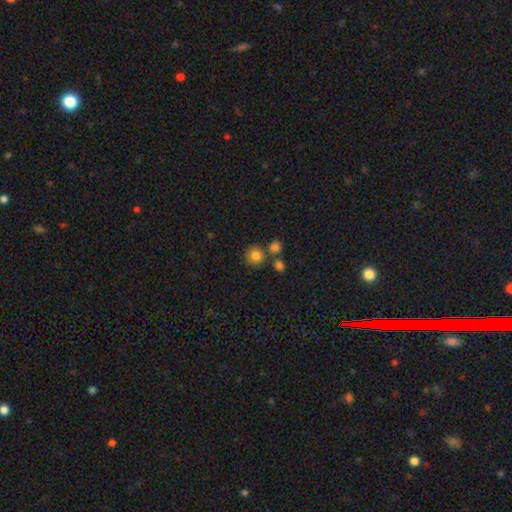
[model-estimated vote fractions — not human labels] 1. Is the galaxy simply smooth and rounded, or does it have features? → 82% smooth, 12% star or artifact, 7% featured or disk.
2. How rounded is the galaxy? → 90% round, 9% in between, 1% cigar-shaped.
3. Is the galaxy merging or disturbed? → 72% none, 16% merger, 9% minor disturbance, 3% major disturbance.